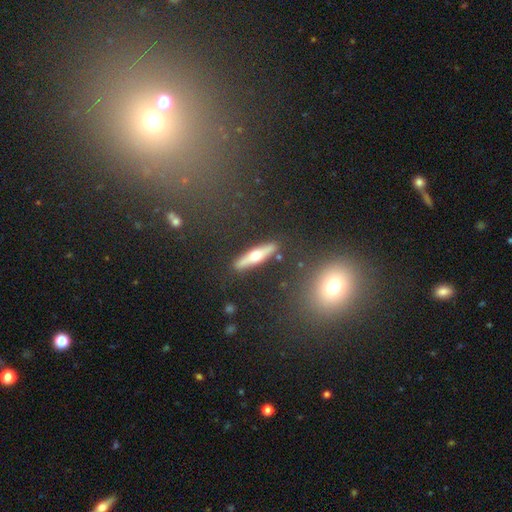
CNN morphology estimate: A featured or disk galaxy (50%). Merging: none (86%).